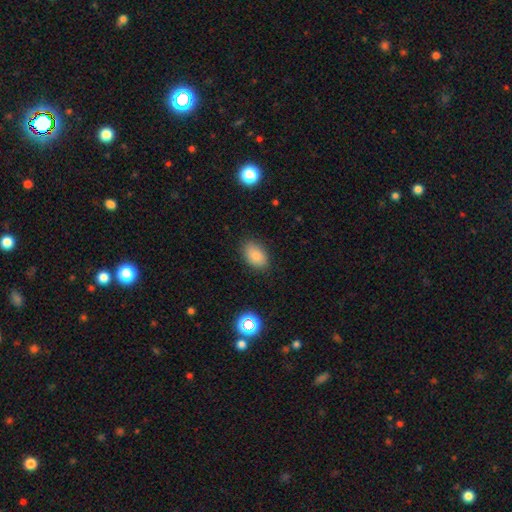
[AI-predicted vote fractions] Smooth or featured? Predicted: smooth (p=0.82). How rounded? Predicted: in between (p=0.87). Merging? Predicted: none (p=0.84).